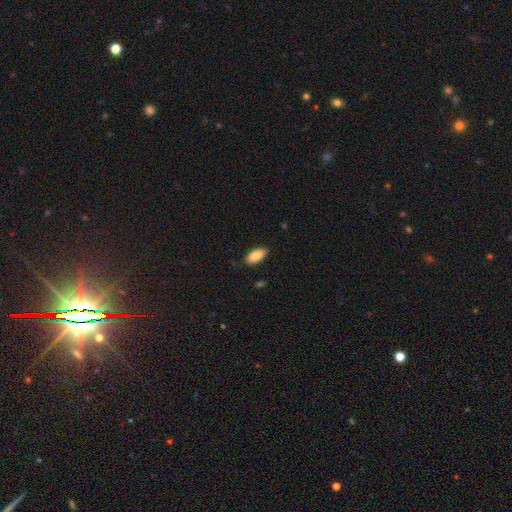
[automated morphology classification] Q: Smooth or featured?
A: smooth (87%); runner-up: featured or disk (6%)
Q: How rounded?
A: in between (90%); runner-up: cigar-shaped (8%)
Q: Merging?
A: none (86%); runner-up: minor disturbance (11%)